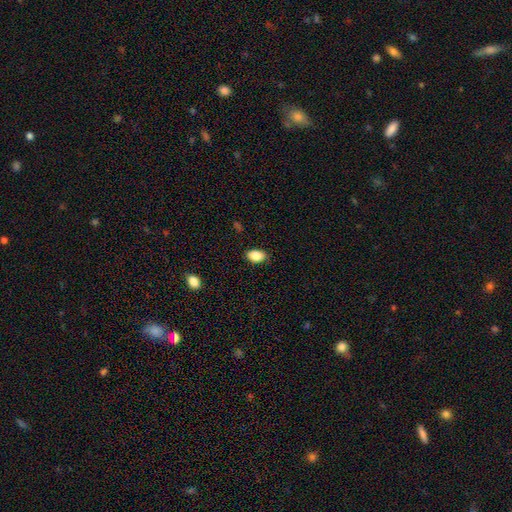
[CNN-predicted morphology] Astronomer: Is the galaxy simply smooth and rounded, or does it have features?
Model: smooth — 88%.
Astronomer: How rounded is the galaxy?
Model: in between — 88%.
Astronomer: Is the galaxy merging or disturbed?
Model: none — 84%.